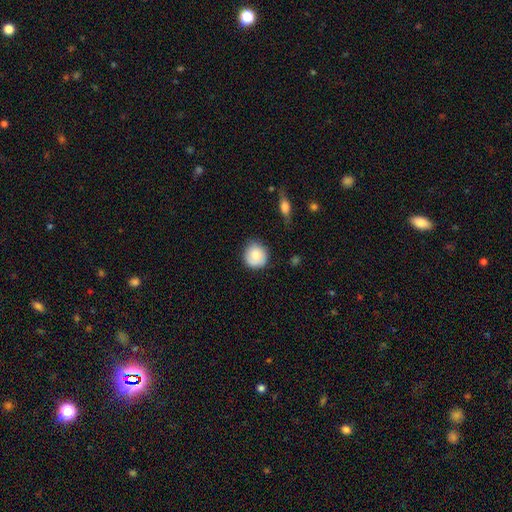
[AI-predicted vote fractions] Smooth or featured? Predicted: smooth (p=0.77). How rounded? Predicted: round (p=0.90). Merging? Predicted: none (p=0.71).